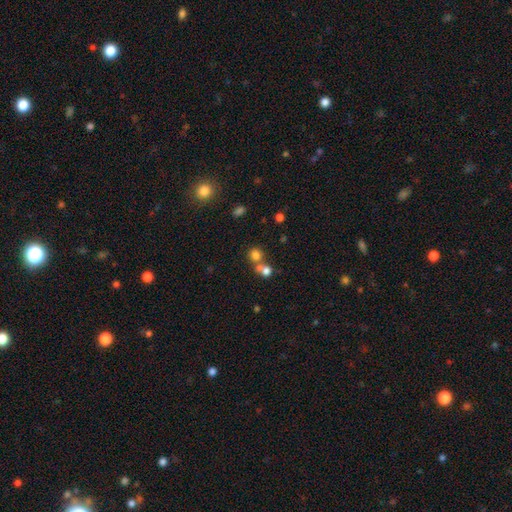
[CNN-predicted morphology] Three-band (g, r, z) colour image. It shows a smooth galaxy with no disk features (74%) that is round (86%). Merging: none (49%).